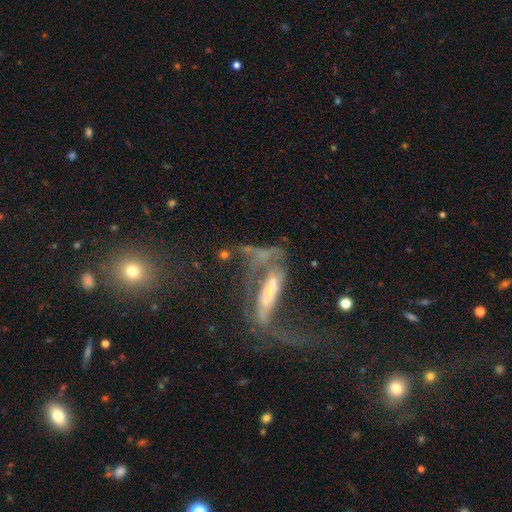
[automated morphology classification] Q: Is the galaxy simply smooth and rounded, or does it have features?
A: featured or disk — 60%.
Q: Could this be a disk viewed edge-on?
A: no — 73%.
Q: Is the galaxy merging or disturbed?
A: major disturbance — 40%.